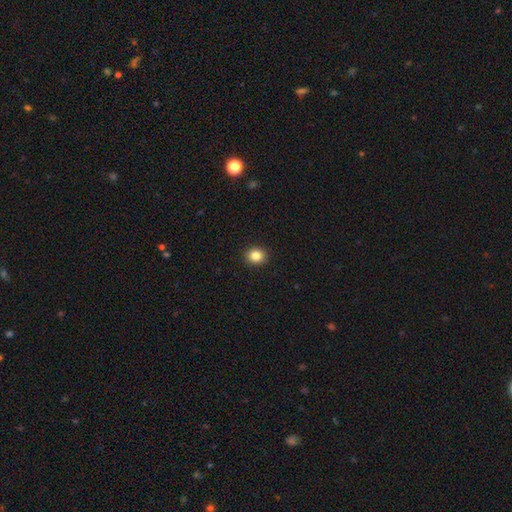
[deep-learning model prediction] smooth 85%, star or artifact 10%, featured or disk 5%. Down the decision tree: how rounded — round (74%); merging — none (92%).